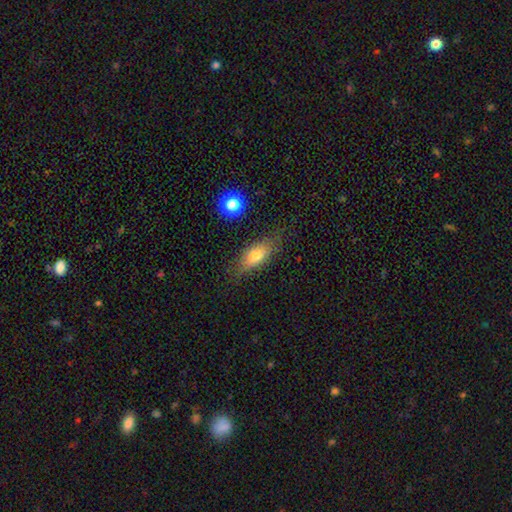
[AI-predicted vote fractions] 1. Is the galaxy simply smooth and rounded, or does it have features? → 69% smooth, 22% featured or disk, 9% star or artifact.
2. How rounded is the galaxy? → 77% in between, 18% cigar-shaped, 5% round.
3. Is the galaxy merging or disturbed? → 72% none, 19% minor disturbance, 6% major disturbance, 2% merger.